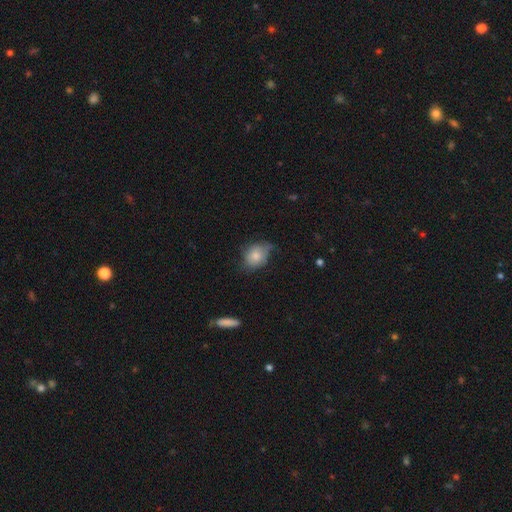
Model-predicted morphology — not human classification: A smooth galaxy with no disk features (77%) that is in between round and cigar-shaped (58%). Merging: none (45%).